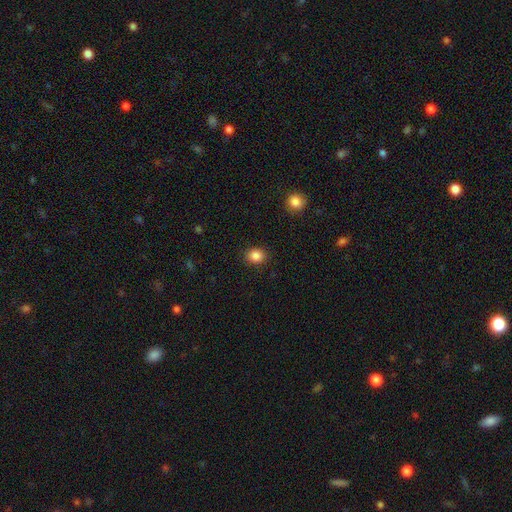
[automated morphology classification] Q: Smooth or featured?
A: smooth (86%); runner-up: star or artifact (10%)
Q: How rounded?
A: round (64%); runner-up: in between (36%)
Q: Merging?
A: none (89%); runner-up: minor disturbance (7%)